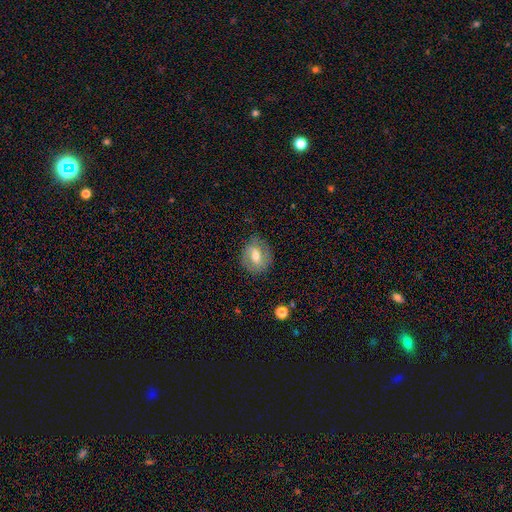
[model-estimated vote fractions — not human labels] Morphology: type=featured or disk (46%); merging=none (78%).